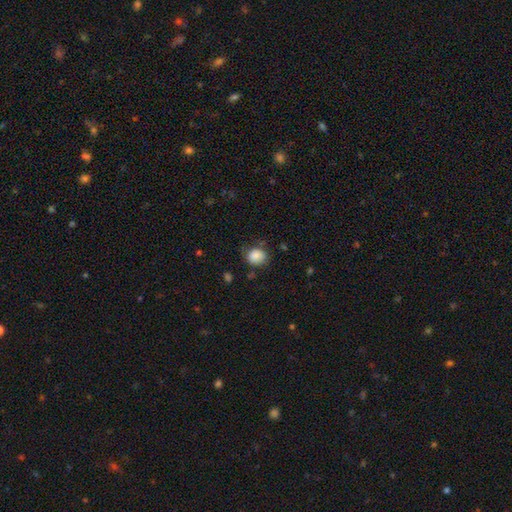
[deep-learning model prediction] smooth 86%, star or artifact 9%, featured or disk 5%. Down the decision tree: how rounded — round (68%); merging — none (70%).